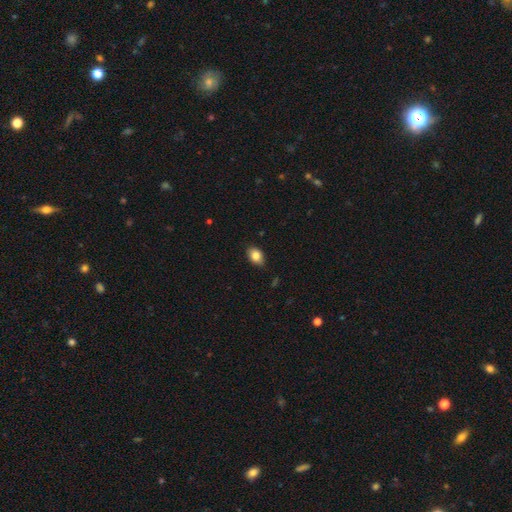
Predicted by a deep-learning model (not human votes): A smooth galaxy with no disk features (83%) that is in between round and cigar-shaped (84%). Merging: none (83%).